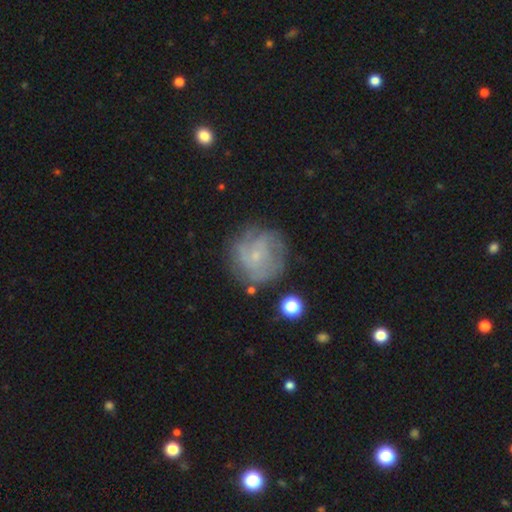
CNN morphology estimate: Q: Smooth or featured?
A: featured or disk (64%); runner-up: smooth (26%)
Q: Edge-on disk?
A: no (97%); runner-up: yes (3%)
Q: Bar?
A: no (70%); runner-up: weak (26%)
Q: Spiral arms?
A: yes (80%); runner-up: no (20%)
Q: Bulge size?
A: small (81%); runner-up: moderate (11%)
Q: Merging?
A: none (70%); runner-up: minor disturbance (18%)